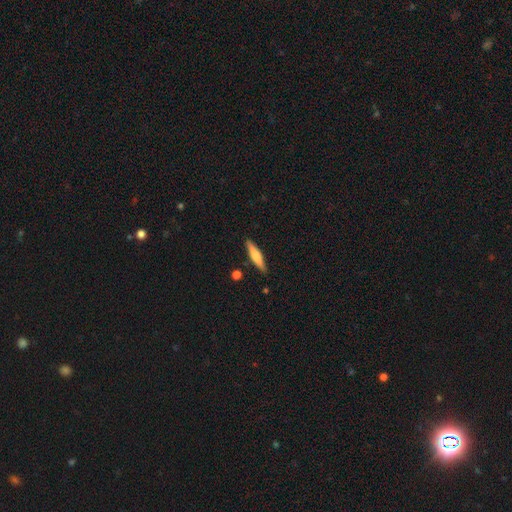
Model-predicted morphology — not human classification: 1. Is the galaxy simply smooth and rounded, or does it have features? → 52% smooth, 42% featured or disk, 6% star or artifact.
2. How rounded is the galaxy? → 85% cigar-shaped, 14% in between, 2% round.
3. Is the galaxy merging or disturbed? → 88% none, 8% minor disturbance, 2% merger, 2% major disturbance.